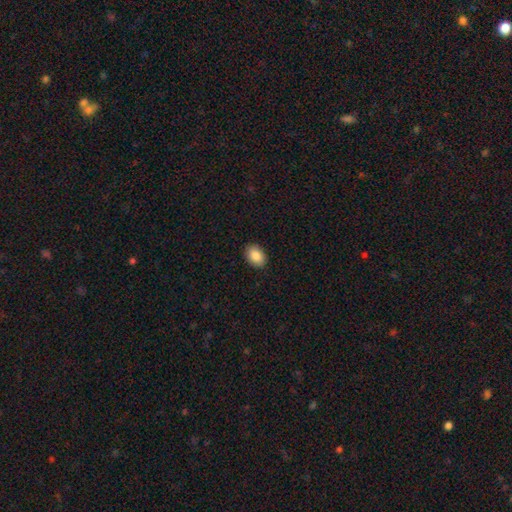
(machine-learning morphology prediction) Smooth or featured: smooth — 88% (star or artifact — 7%)
How rounded: in between — 82% (round — 17%)
Merging: none — 90% (minor disturbance — 8%)